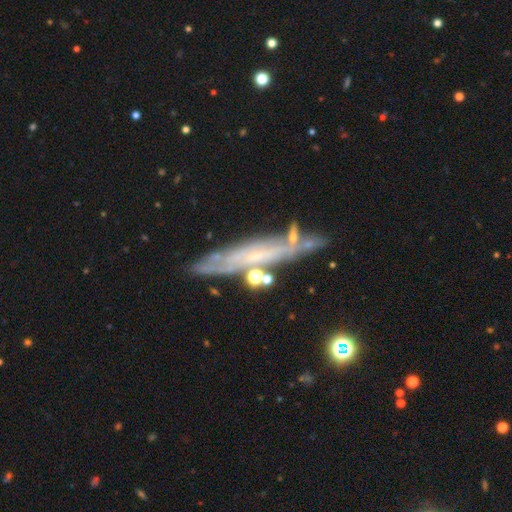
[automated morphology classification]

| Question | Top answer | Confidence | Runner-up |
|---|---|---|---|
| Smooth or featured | featured or disk | 70% | smooth (21%) |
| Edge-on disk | yes | 60% | no (40%) |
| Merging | none | 70% | minor disturbance (17%) |